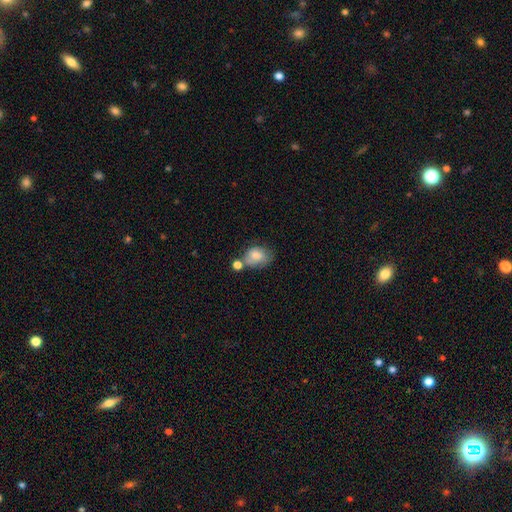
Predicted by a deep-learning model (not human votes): smooth-or-featured: smooth: 75% | featured or disk: 16% | star or artifact: 8%
  how-rounded: in between: 68% | round: 31% | cigar-shaped: 1%
  merging: none: 42% | merger: 25% | minor disturbance: 23% | major disturbance: 10%